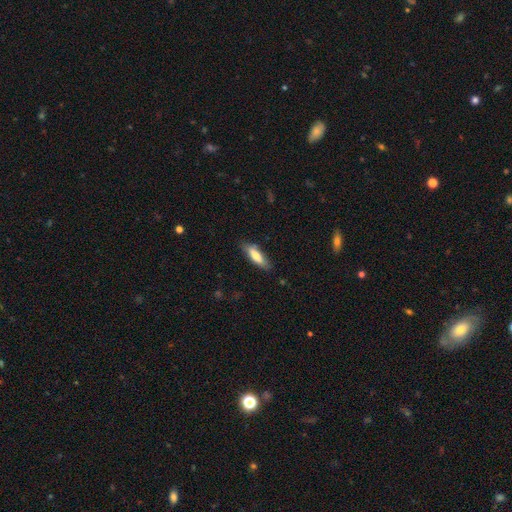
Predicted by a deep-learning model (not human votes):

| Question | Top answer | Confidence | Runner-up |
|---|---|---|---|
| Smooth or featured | smooth | 70% | featured or disk (24%) |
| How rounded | cigar-shaped | 54% | in between (44%) |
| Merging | none | 80% | minor disturbance (16%) |